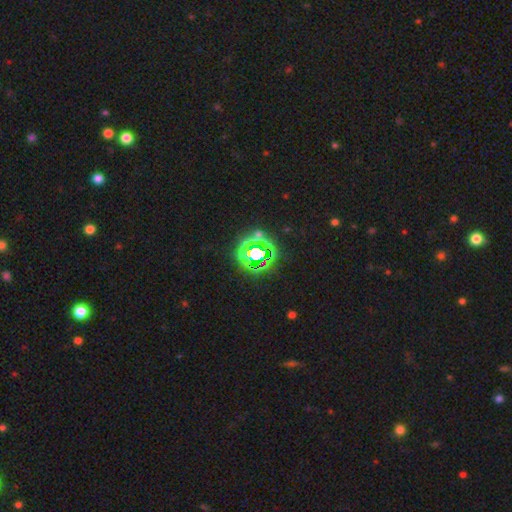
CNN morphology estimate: star or artifact 74%, smooth 15%, featured or disk 12%.